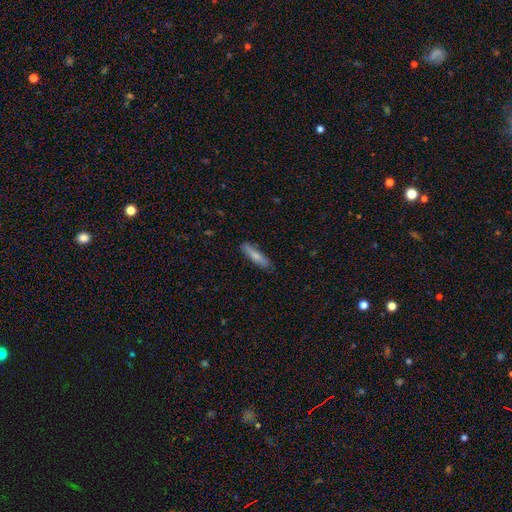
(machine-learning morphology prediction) Smooth or featured? smooth (73%)
How rounded? cigar-shaped (80%)
Merging? none (84%)